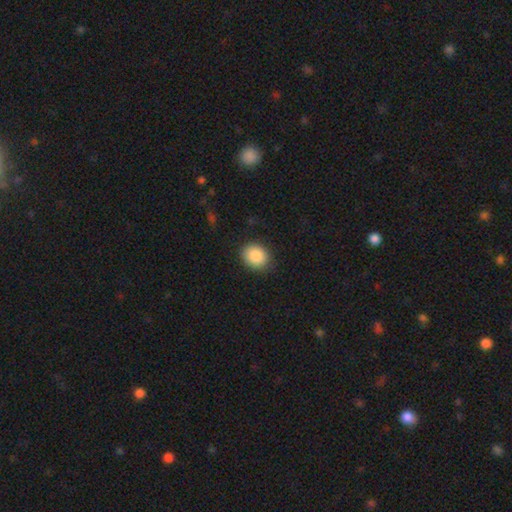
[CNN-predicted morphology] smooth-or-featured: smooth: 87% | star or artifact: 8% | featured or disk: 5%
  how-rounded: round: 66% | in between: 33% | cigar-shaped: 1%
  merging: none: 86% | minor disturbance: 10% | major disturbance: 3% | merger: 1%